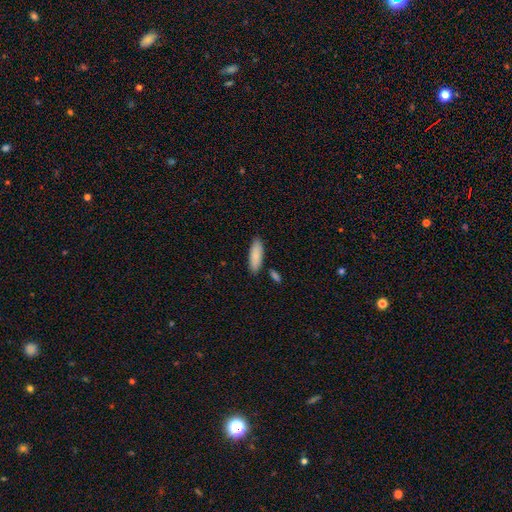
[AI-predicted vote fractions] Smooth or featured? smooth (87%)
How rounded? in between (62%)
Merging? none (83%)